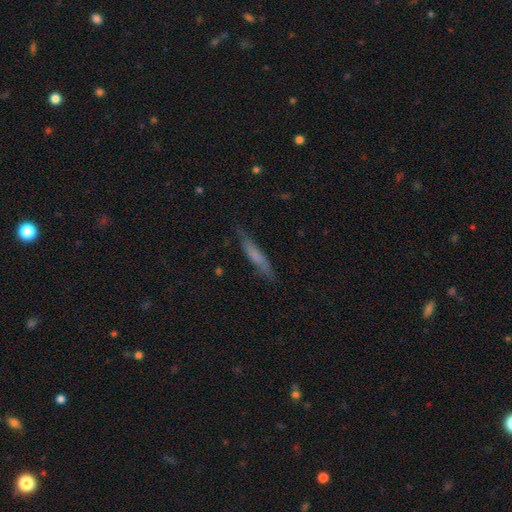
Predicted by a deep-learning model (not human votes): A smooth galaxy with no disk features (60%) that is cigar-shaped (90%).

Vote fractions:
- Smooth or featured? smooth: 60% / featured or disk: 33% / star or artifact: 7%
- How rounded? cigar-shaped: 90% / in between: 9% / round: 2%
- Merging? none: 77% / minor disturbance: 17% / major disturbance: 4% / merger: 2%